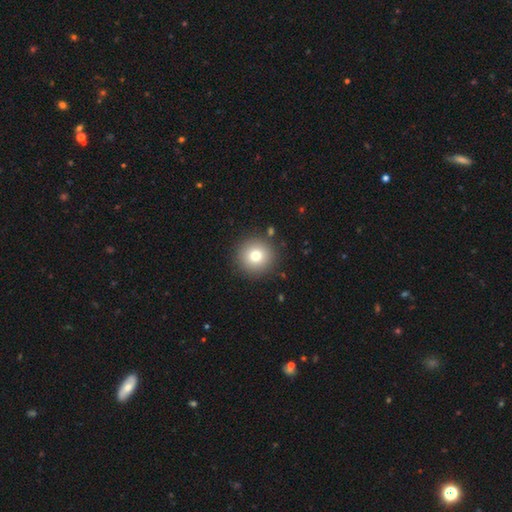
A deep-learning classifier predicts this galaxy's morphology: Smooth or featured?
  - smooth: 77% *
  - star or artifact: 12%
  - featured or disk: 11%
How rounded?
  - round: 95% *
  - in between: 4%
  - cigar-shaped: 1%
Merging?
  - none: 89% *
  - minor disturbance: 6%
  - merger: 2%
  - major disturbance: 2%